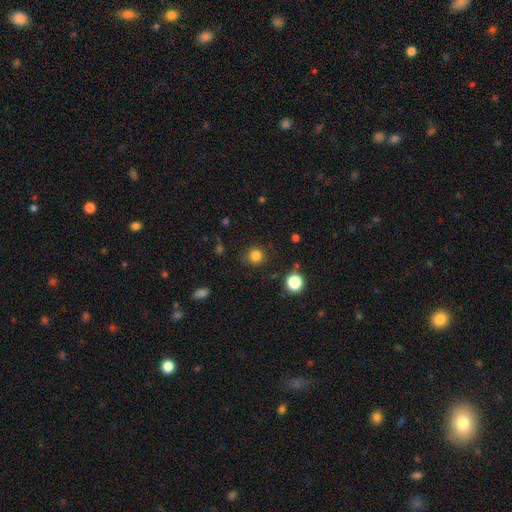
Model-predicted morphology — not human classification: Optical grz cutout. It shows a smooth galaxy with no disk features (82%) that is round (92%). Merging: none (85%).